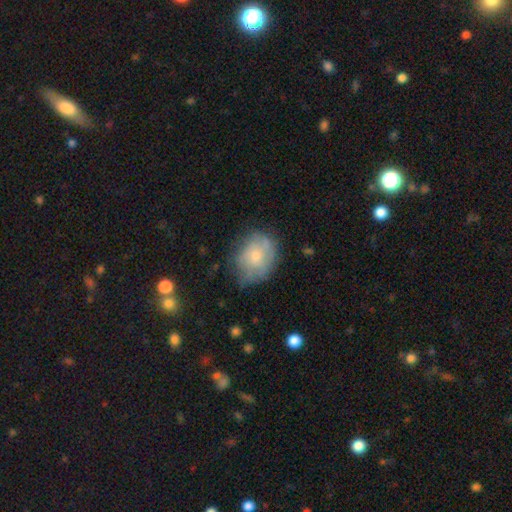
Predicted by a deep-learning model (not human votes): Smooth or featured: smooth — 58% (featured or disk — 34%)
How rounded: in between — 50% (round — 49%)
Merging: none — 58% (minor disturbance — 29%)